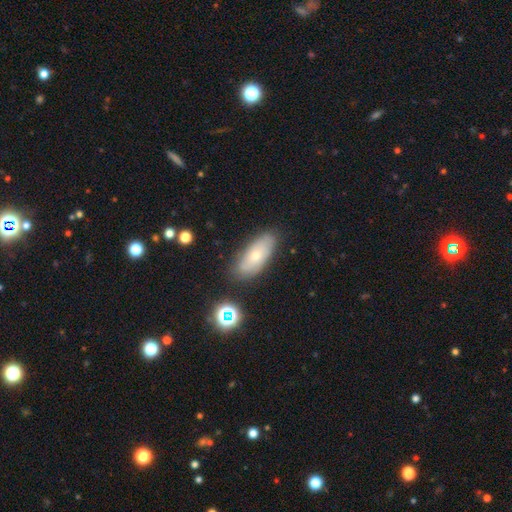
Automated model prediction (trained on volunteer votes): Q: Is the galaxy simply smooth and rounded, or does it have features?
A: smooth — 54%.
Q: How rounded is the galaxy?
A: in between — 82%.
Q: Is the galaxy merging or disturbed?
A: none — 76%.